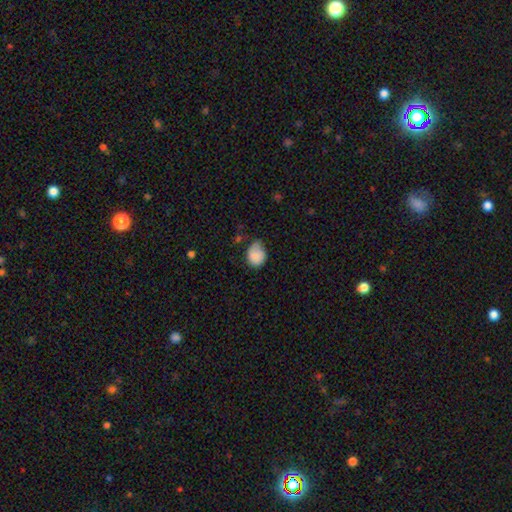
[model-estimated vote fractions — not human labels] smooth-or-featured: smooth: 84% | featured or disk: 9% | star or artifact: 8%
  how-rounded: round: 50% | in between: 49% | cigar-shaped: 1%
  merging: minor disturbance: 45% | none: 39% | major disturbance: 14% | merger: 3%